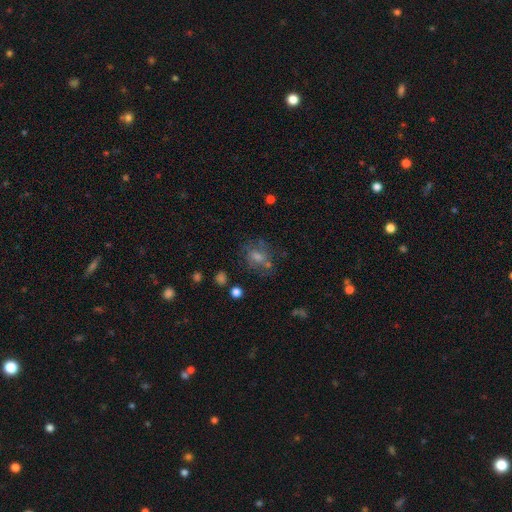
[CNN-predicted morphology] A featured or disk galaxy (37%, tied with smooth). Merging: none (65%).